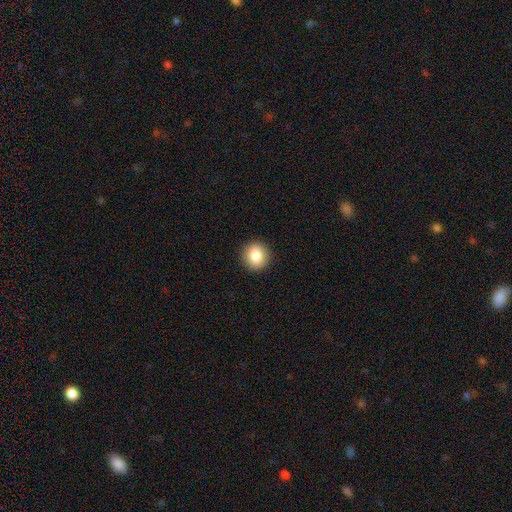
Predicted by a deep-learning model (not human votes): A smooth galaxy with no disk features (83%) that is round (87%).

Vote fractions:
- Smooth or featured? smooth: 83% / star or artifact: 9% / featured or disk: 9%
- How rounded? round: 87% / in between: 12% / cigar-shaped: 1%
- Merging? none: 91% / minor disturbance: 6% / major disturbance: 2% / merger: 1%